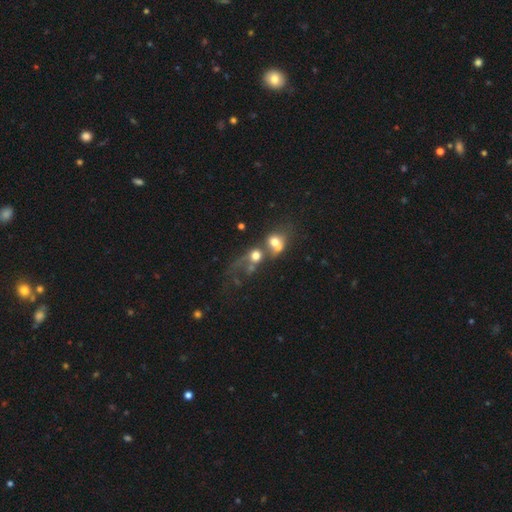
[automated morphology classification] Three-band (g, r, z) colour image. It shows a smooth galaxy with no disk features (55%) that is round (68%). Merging: merger (64%).